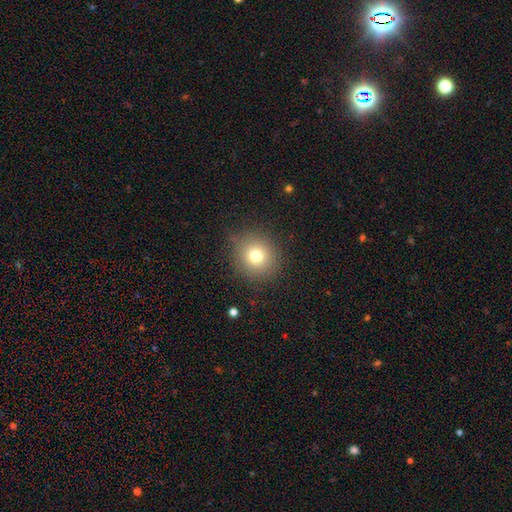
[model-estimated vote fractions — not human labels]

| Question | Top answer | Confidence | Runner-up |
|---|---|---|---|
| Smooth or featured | smooth | 75% | star or artifact (14%) |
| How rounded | round | 90% | in between (9%) |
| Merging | none | 83% | minor disturbance (12%) |